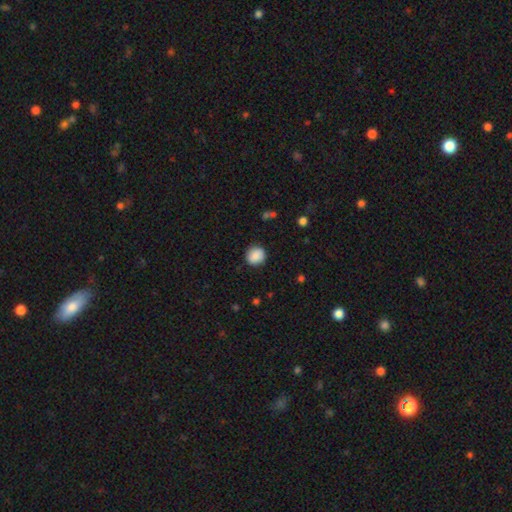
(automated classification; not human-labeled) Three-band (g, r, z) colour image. It shows a smooth galaxy with no disk features (88%) that is round (85%). Merging: none (87%).